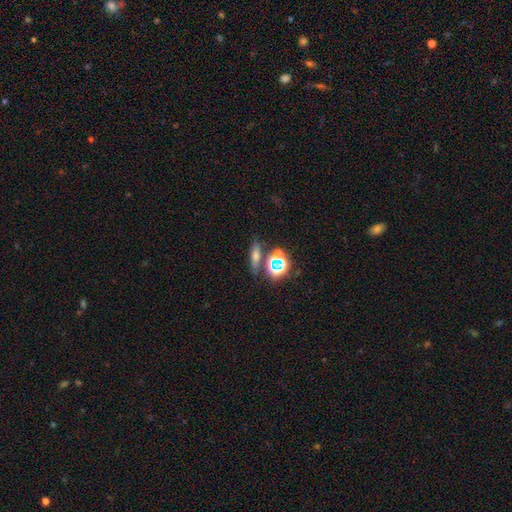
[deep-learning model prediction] This is possibly a smooth galaxy (46%). Merging: likely none (74%).